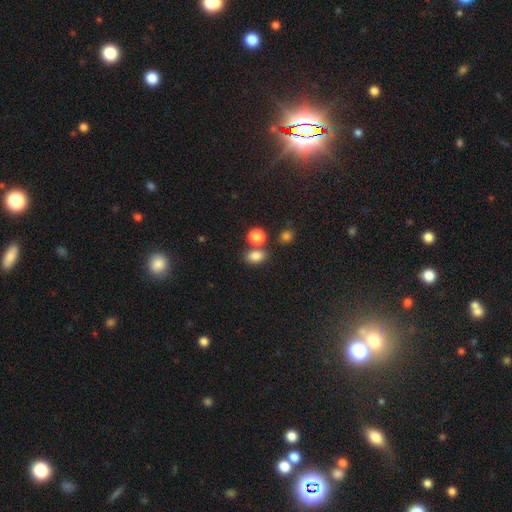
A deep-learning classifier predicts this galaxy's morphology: This appears to be a smooth galaxy with no disk features (82%) that is in between round and cigar-shaped (69%). Merging: none (62%).